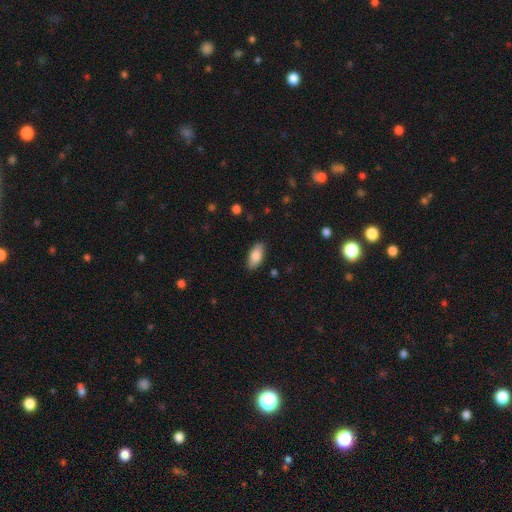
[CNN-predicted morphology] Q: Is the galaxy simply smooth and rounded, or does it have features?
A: smooth — 83%.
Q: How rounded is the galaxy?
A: in between — 88%.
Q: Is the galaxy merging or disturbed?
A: none — 88%.